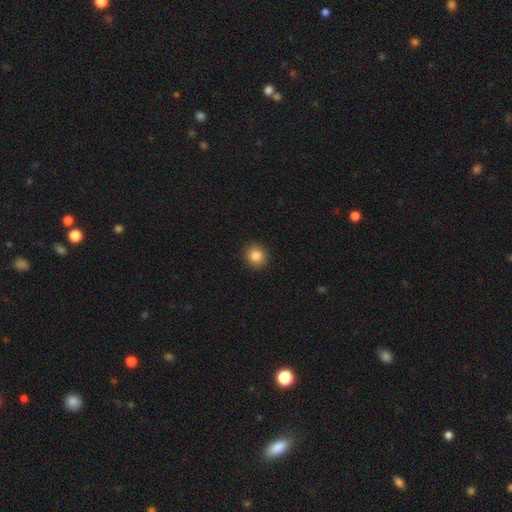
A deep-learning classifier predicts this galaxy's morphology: smooth-or-featured: smooth: 85% | star or artifact: 10% | featured or disk: 5%
  how-rounded: round: 88% | in between: 11% | cigar-shaped: 1%
  merging: none: 92% | minor disturbance: 5% | major disturbance: 2% | merger: 1%